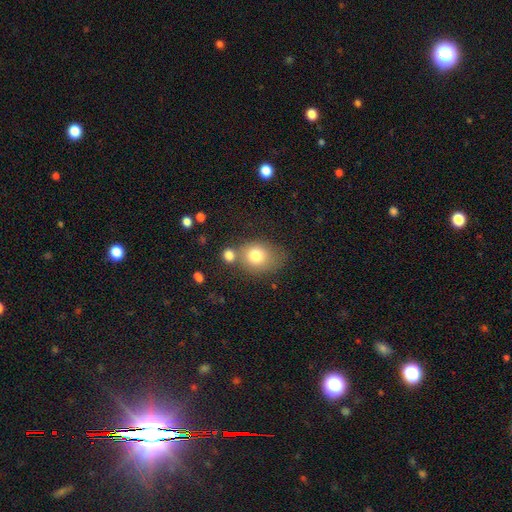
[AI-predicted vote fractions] This is likely a smooth galaxy (77%). How rounded: possibly round (53%). Merging: possibly none (50%).